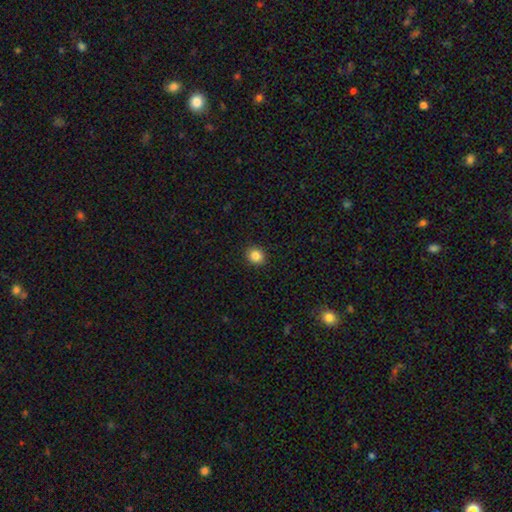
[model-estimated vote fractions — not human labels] Smooth or featured: smooth — 86% (star or artifact — 10%)
How rounded: round — 76% (in between — 24%)
Merging: none — 91% (minor disturbance — 6%)